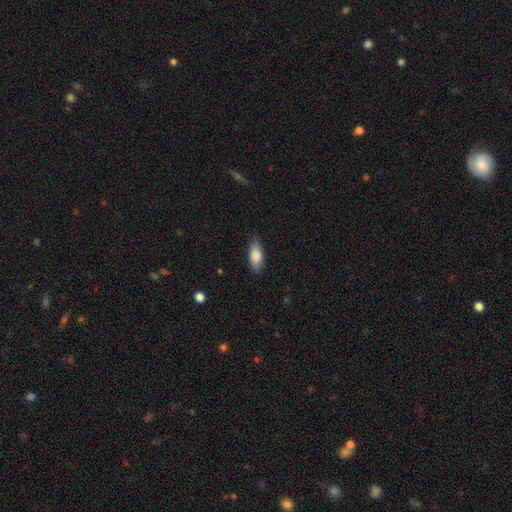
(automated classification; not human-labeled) A smooth galaxy with no disk features (85%) that is in between round and cigar-shaped (84%). Merging: none (84%).